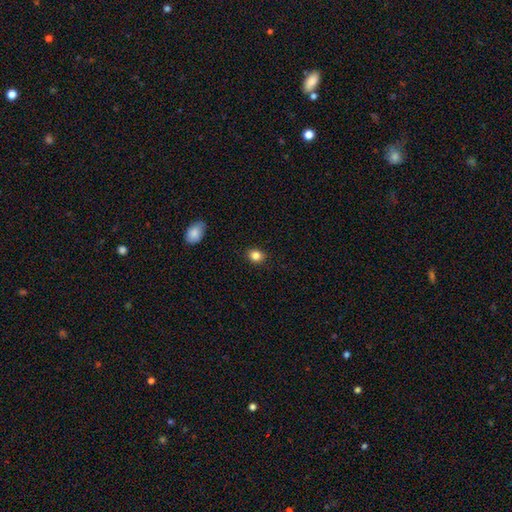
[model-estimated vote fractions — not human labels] smooth 84%, star or artifact 11%, featured or disk 5%. Down the decision tree: how rounded — round (67%); merging — none (90%).